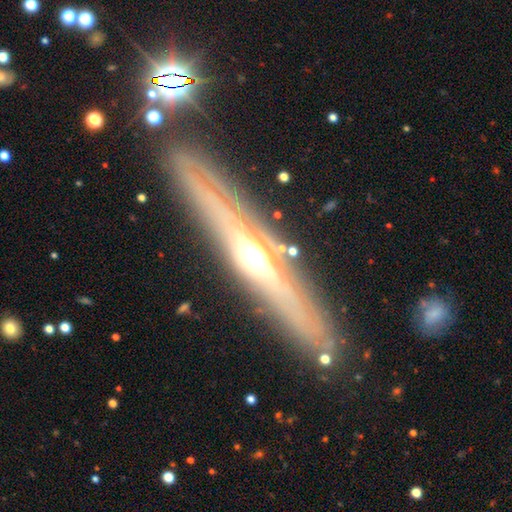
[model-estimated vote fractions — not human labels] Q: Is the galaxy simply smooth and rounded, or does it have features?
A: featured or disk — 75%.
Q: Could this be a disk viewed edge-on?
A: yes — 90%.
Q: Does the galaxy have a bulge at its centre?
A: rounded — 89%.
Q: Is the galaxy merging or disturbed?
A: none — 86%.